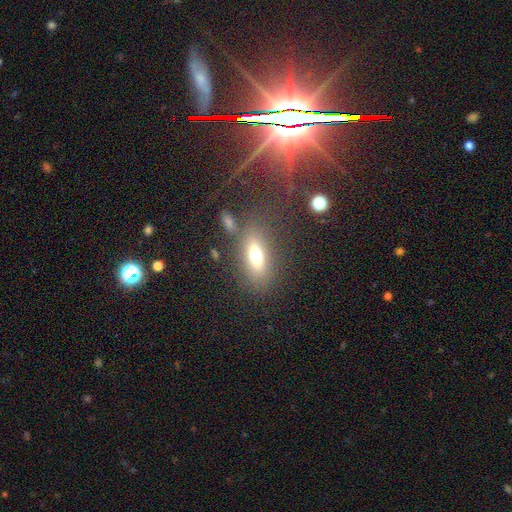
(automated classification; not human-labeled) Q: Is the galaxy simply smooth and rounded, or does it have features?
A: smooth — 66%.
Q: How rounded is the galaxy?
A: in between — 72%.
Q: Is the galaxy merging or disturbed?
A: none — 72%.